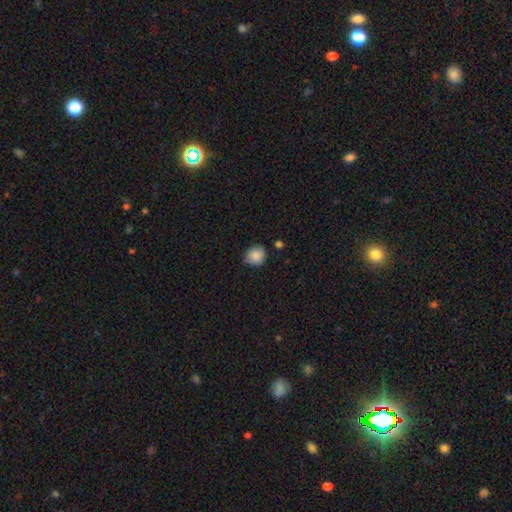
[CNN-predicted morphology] Q: Smooth or featured?
A: smooth (87%); runner-up: star or artifact (8%)
Q: How rounded?
A: round (80%); runner-up: in between (19%)
Q: Merging?
A: none (73%); runner-up: minor disturbance (20%)